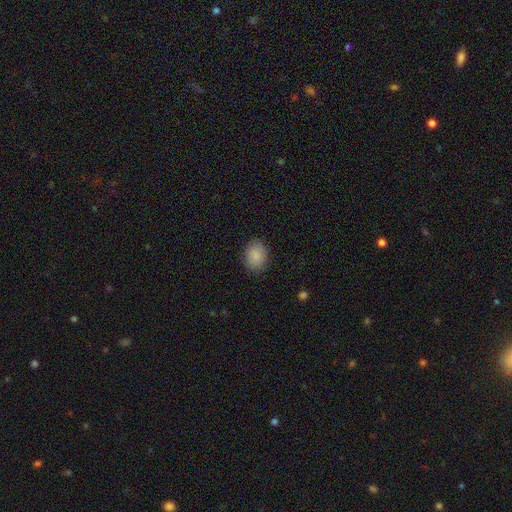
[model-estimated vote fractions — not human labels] Overall: smooth (87%). How rounded: in between (58%; round 41%). Merging: none (86%).